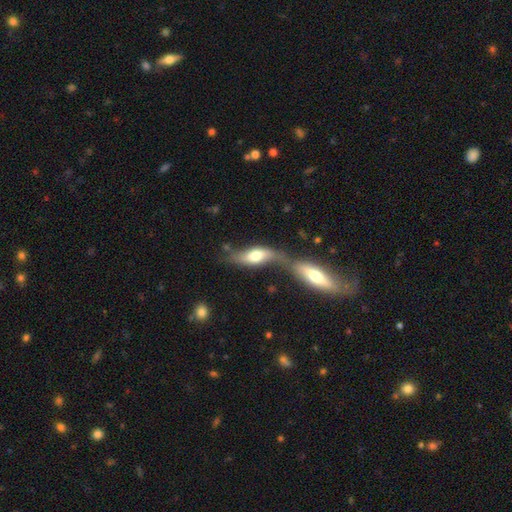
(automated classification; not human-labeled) A smooth galaxy with no disk features (58%) that is in between round and cigar-shaped (71%).

Vote fractions:
- Smooth or featured? smooth: 58% / featured or disk: 36% / star or artifact: 6%
- How rounded? in between: 71% / cigar-shaped: 26% / round: 3%
- Merging? merger: 60% / none: 23% / minor disturbance: 10% / major disturbance: 8%